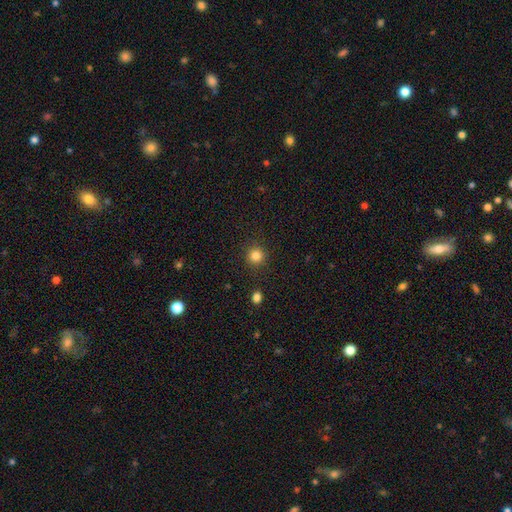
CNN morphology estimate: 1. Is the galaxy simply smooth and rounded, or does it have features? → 84% smooth, 12% star or artifact, 4% featured or disk.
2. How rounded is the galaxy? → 94% round, 5% in between, 1% cigar-shaped.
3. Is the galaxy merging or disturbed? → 90% none, 6% minor disturbance, 2% major disturbance, 2% merger.